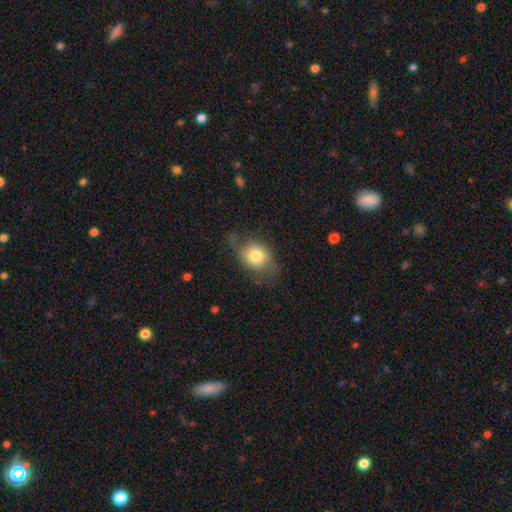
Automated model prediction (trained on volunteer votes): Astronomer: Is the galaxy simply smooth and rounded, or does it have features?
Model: smooth — 69%.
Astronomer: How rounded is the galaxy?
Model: round — 53% (runner-up: in between, 46%).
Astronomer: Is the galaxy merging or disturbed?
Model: none — 46% (runner-up: minor disturbance, 29%).